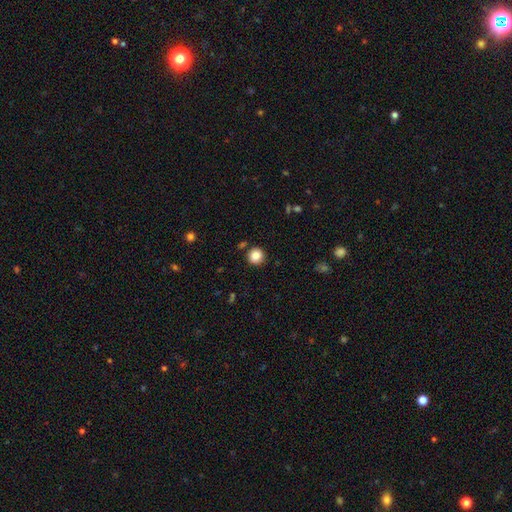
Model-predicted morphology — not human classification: Overall: smooth (86%). How rounded: round (92%). Merging: none (86%).